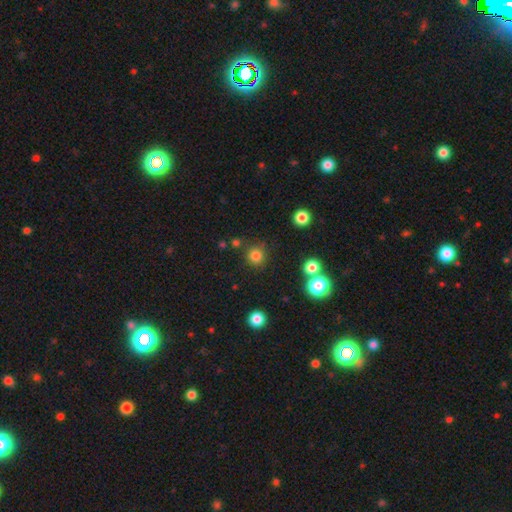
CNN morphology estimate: Smooth or featured? smooth (80%)
How rounded? round (93%)
Merging? none (83%)